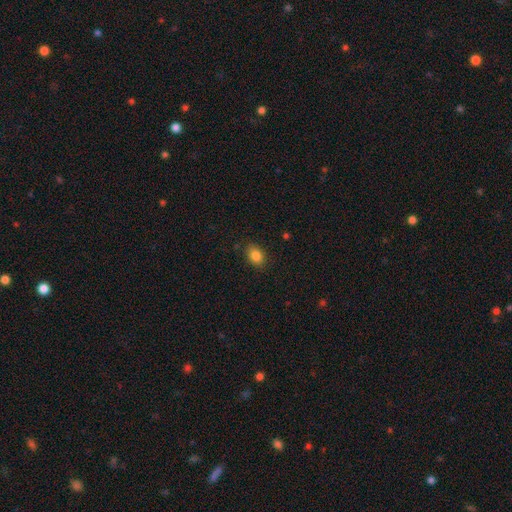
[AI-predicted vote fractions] smooth-or-featured: smooth: 85% | star or artifact: 9% | featured or disk: 6%
  how-rounded: in between: 75% | round: 23% | cigar-shaped: 1%
  merging: none: 84% | minor disturbance: 12% | major disturbance: 3% | merger: 1%